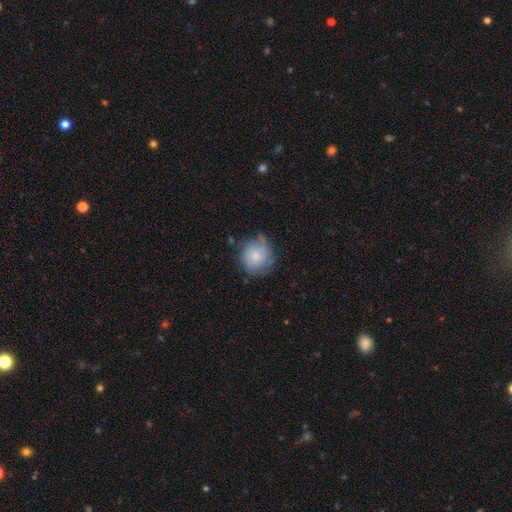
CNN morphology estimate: A smooth galaxy with no disk features (66%) that is round (85%).

Vote fractions:
- Smooth or featured? smooth: 66% / featured or disk: 27% / star or artifact: 7%
- How rounded? round: 85% / in between: 14% / cigar-shaped: 1%
- Merging? none: 58% / minor disturbance: 29% / major disturbance: 10% / merger: 3%